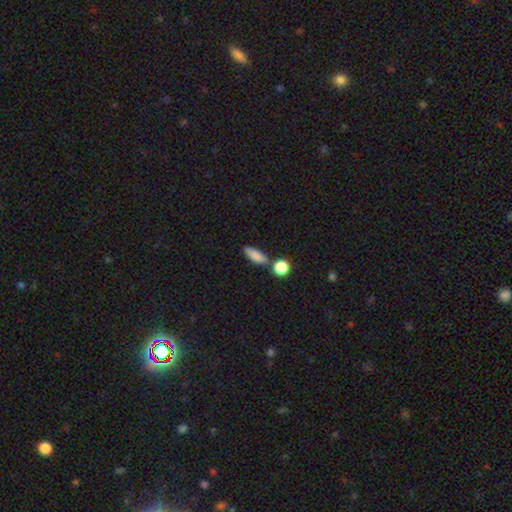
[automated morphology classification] Q: Smooth or featured?
A: smooth (85%); runner-up: star or artifact (8%)
Q: How rounded?
A: in between (64%); runner-up: cigar-shaped (29%)
Q: Merging?
A: none (71%); runner-up: minor disturbance (13%)